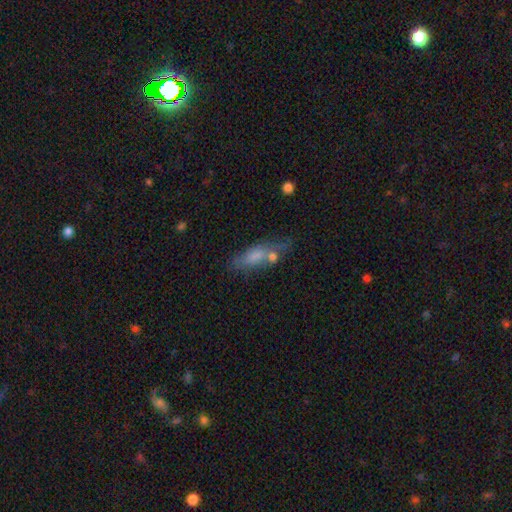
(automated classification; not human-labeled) A smooth galaxy with no disk features (59%) that is cigar-shaped (51%). Merging: none (55%).